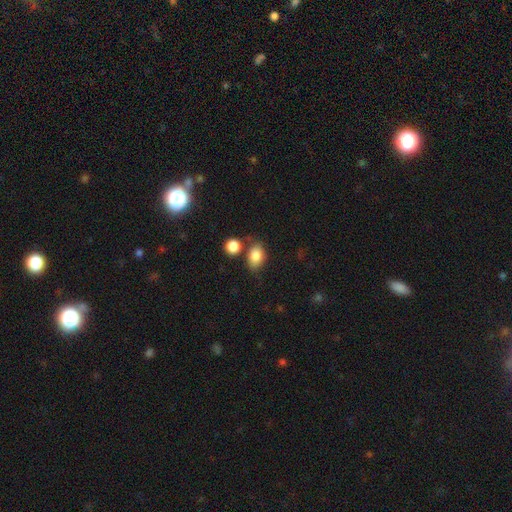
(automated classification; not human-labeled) Smooth or featured? smooth (84%)
How rounded? in between (78%)
Merging? none (63%)